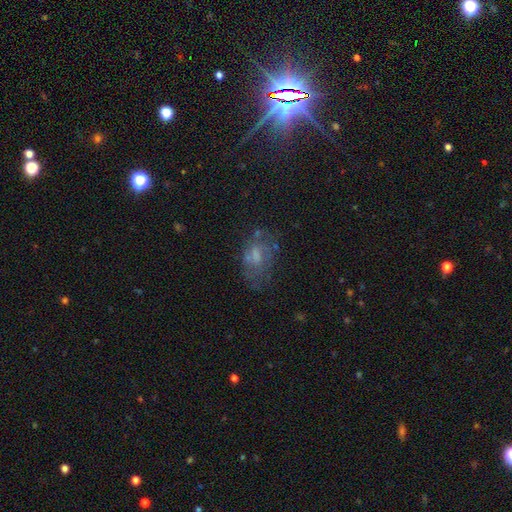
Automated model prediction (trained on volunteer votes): A featured or disk galaxy (47%).

Vote fractions:
- Smooth or featured? featured or disk: 47% / smooth: 39% / star or artifact: 14%
- Merging? none: 49% / minor disturbance: 24% / major disturbance: 22% / merger: 6%